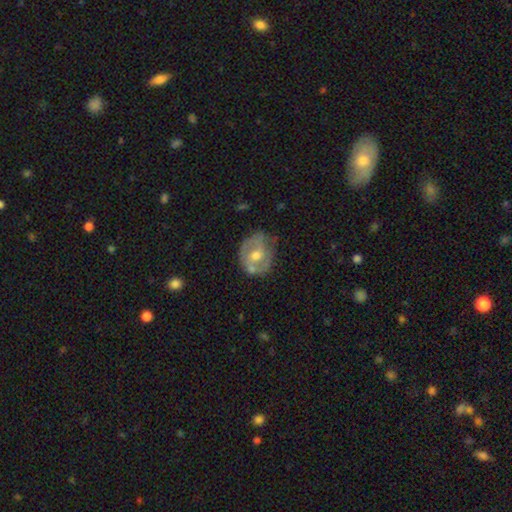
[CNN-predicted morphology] Smooth or featured?
  - featured or disk: 57% *
  - smooth: 36%
  - star or artifact: 7%
Edge-on disk?
  - no: 95% *
  - yes: 5%
Bar?
  - no: 57% *
  - weak: 32%
  - strong: 10%
Spiral arms?
  - no: 56% *
  - yes: 44%
Bulge size?
  - moderate: 71% *
  - small: 23%
  - large: 4%
  - none: 1%
  - dominant: 1%
Merging?
  - none: 57% *
  - minor disturbance: 27%
  - major disturbance: 9%
  - merger: 8%